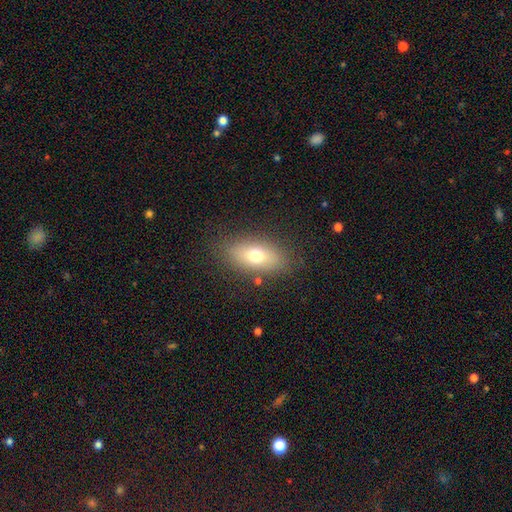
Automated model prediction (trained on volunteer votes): A smooth galaxy with no disk features (70%) that is in between round and cigar-shaped (84%). Merging: none (84%).